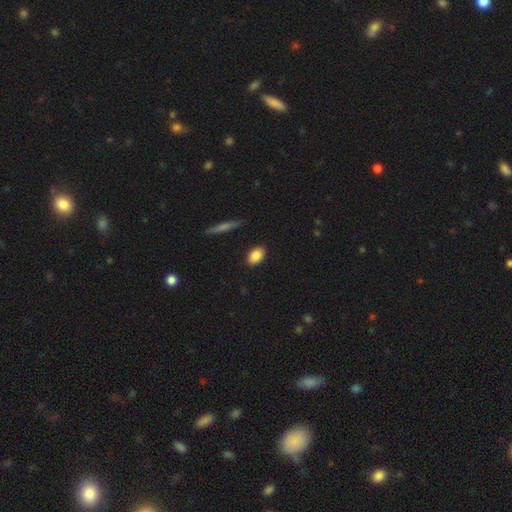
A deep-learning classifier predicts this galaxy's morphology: A smooth galaxy with no disk features (87%) that is in between round and cigar-shaped (85%).

Vote fractions:
- Smooth or featured? smooth: 87% / star or artifact: 7% / featured or disk: 6%
- How rounded? in between: 85% / round: 12% / cigar-shaped: 3%
- Merging? none: 89% / minor disturbance: 8% / major disturbance: 2% / merger: 1%